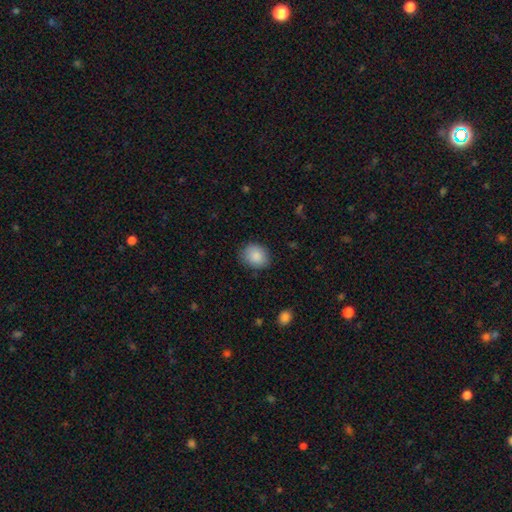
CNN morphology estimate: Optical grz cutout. It shows a smooth galaxy with no disk features (88%) that is round (60%). Merging: none (84%).